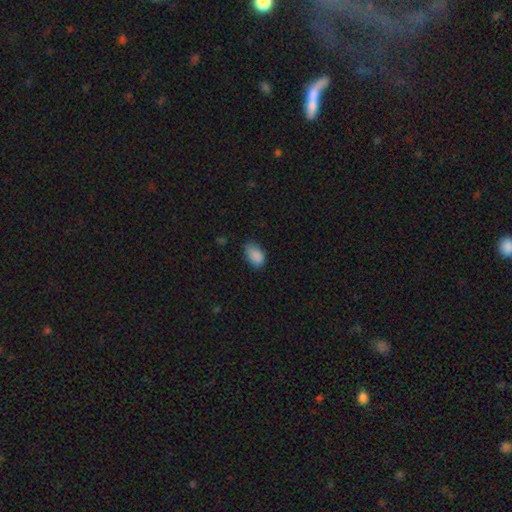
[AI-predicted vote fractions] smooth-or-featured: smooth: 88% | star or artifact: 8% | featured or disk: 4%
  how-rounded: in between: 89% | round: 9% | cigar-shaped: 1%
  merging: none: 63% | minor disturbance: 30% | major disturbance: 5% | merger: 1%